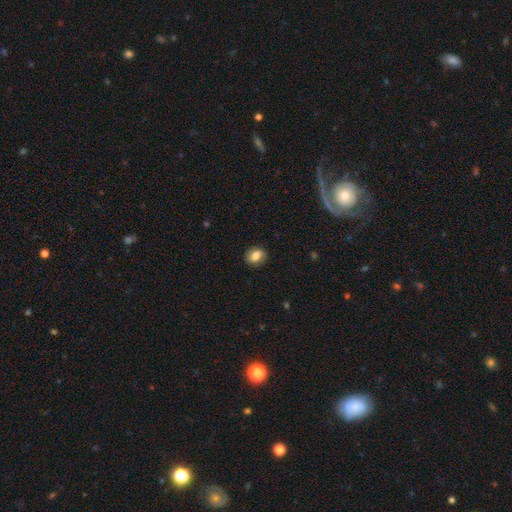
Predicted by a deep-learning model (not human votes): smooth 73%, featured or disk 18%, star or artifact 9%. Down the decision tree: how rounded — in between (52%); merging — none (85%).